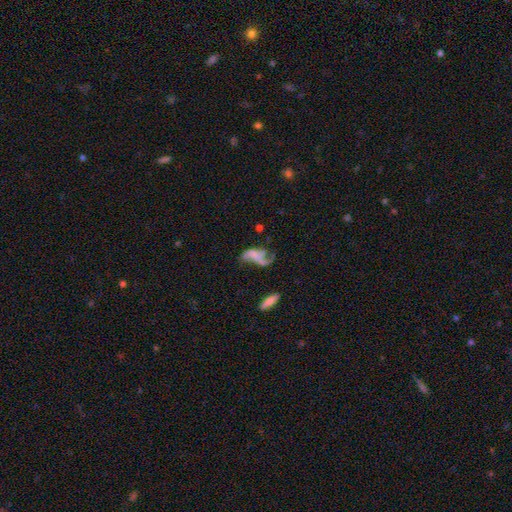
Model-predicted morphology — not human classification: This appears to be a featured or disk galaxy (57%) with no bar (68%), spiral arms (61%) and no central bulge (69%). Merging: major disturbance (41%).